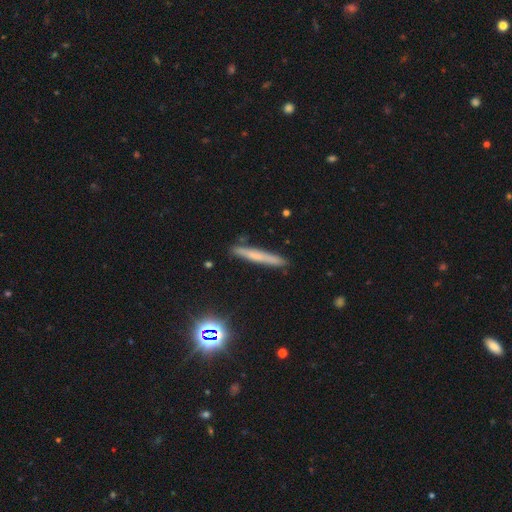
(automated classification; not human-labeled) This is possibly a smooth galaxy (46%). Merging: clearly none (87%).